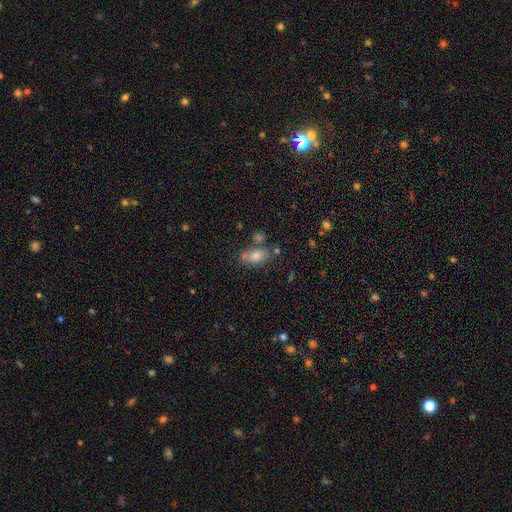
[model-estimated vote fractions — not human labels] Smooth or featured?
  - smooth: 71% *
  - star or artifact: 16%
  - featured or disk: 13%
How rounded?
  - in between: 81% *
  - round: 13%
  - cigar-shaped: 6%
Merging?
  - none: 65% *
  - minor disturbance: 16%
  - merger: 14%
  - major disturbance: 5%